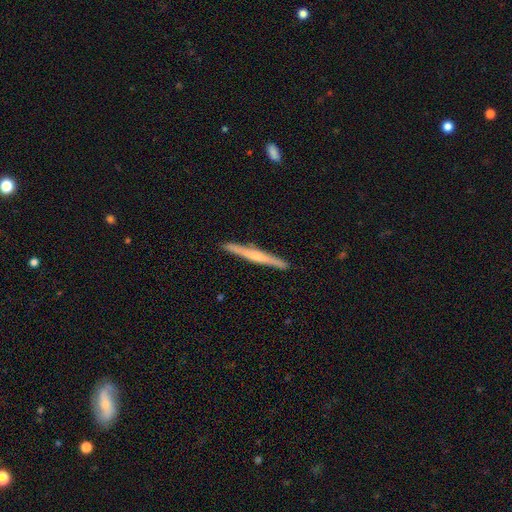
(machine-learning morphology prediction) Smooth or featured? featured or disk (59%)
Edge-on disk? yes (98%)
Edge-on bulge? rounded (47%)
Merging? none (92%)